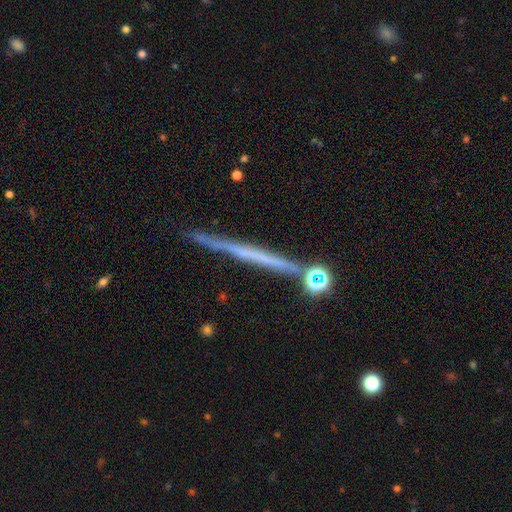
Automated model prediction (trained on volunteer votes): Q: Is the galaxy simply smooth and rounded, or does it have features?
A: featured or disk — 59%.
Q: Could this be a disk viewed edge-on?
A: yes — 97%.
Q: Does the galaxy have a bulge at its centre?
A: none — 89%.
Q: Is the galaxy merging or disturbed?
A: none — 83%.